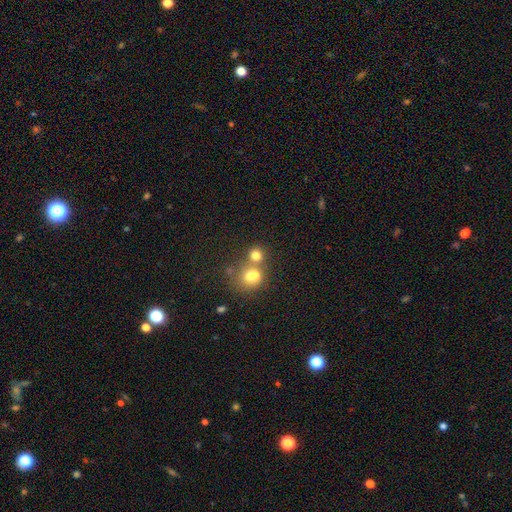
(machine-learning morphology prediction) smooth-or-featured: smooth: 74% | star or artifact: 14% | featured or disk: 13%
  how-rounded: round: 80% | in between: 19% | cigar-shaped: 1%
  merging: merger: 47% | none: 42% | minor disturbance: 7% | major disturbance: 4%